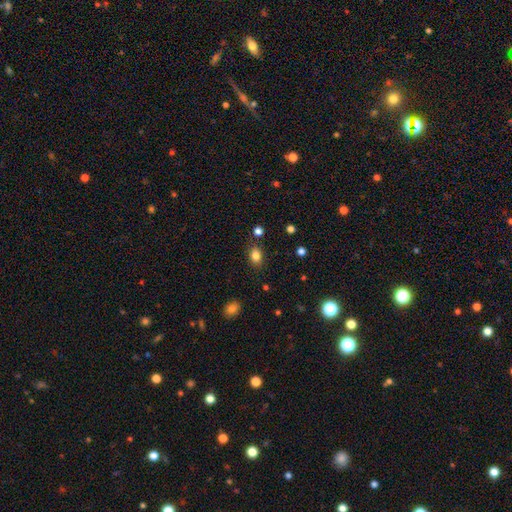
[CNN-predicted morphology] The model was most divided on "how rounded": in between: 71%, round: 28%, cigar-shaped: 1%. More confident: smooth or featured — smooth (83%); merging — none (82%).